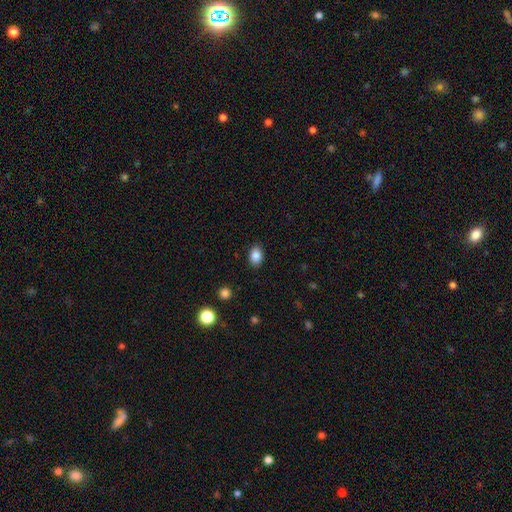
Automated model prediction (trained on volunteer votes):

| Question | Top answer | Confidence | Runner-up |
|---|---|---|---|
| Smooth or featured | smooth | 86% | star or artifact (9%) |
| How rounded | in between | 80% | round (19%) |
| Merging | none | 88% | minor disturbance (9%) |